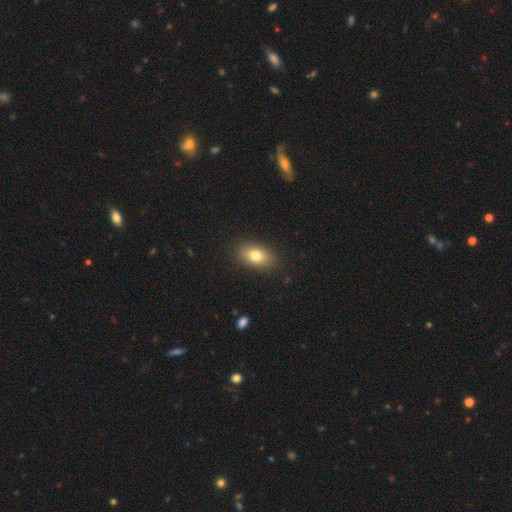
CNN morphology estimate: This is likely a smooth galaxy (80%). How rounded: clearly in between (88%). Merging: clearly none (88%).